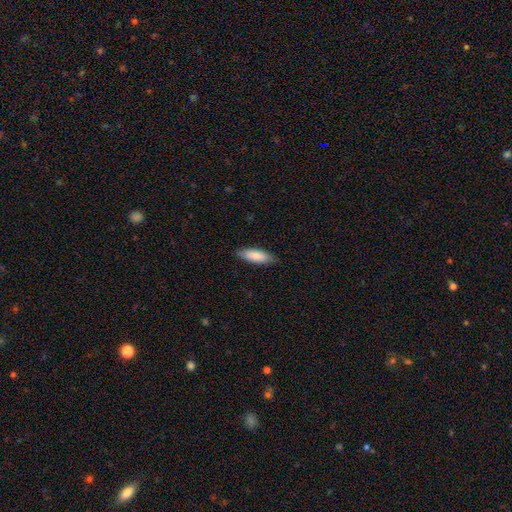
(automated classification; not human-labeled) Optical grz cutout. It shows a smooth galaxy with no disk features (86%) that is in between round and cigar-shaped (62%). Merging: none (85%).